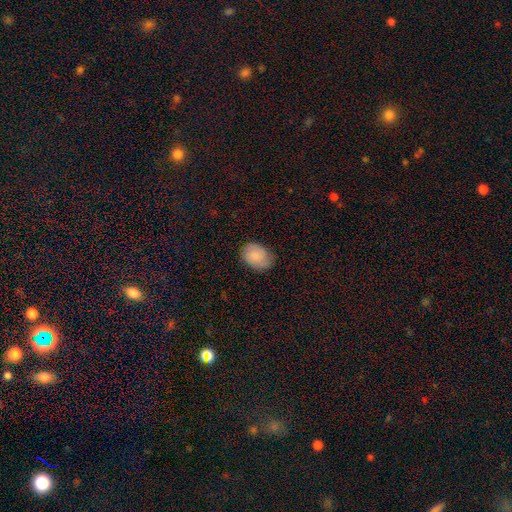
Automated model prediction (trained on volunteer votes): A smooth galaxy with no disk features (72%) that is in between round and cigar-shaped (72%). Merging: none (74%).